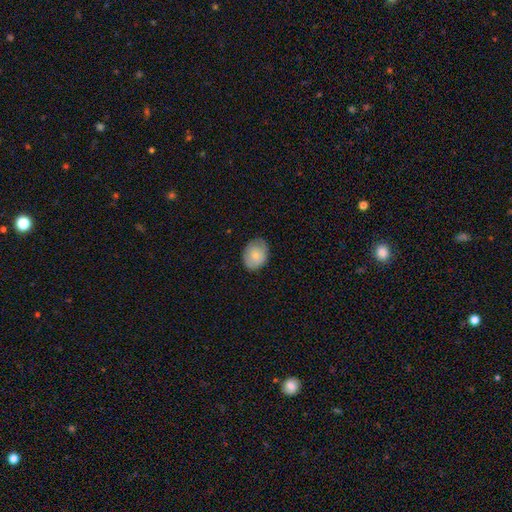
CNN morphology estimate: smooth-or-featured: smooth: 77% | featured or disk: 16% | star or artifact: 7%
  how-rounded: in between: 56% | round: 43% | cigar-shaped: 1%
  merging: none: 77% | minor disturbance: 18% | major disturbance: 4% | merger: 1%